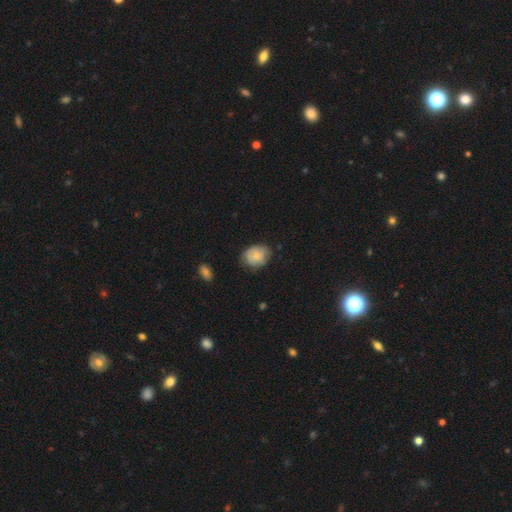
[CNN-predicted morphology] smooth 76%, featured or disk 17%, star or artifact 7%. Down the decision tree: how rounded — in between (50%); merging — none (70%).